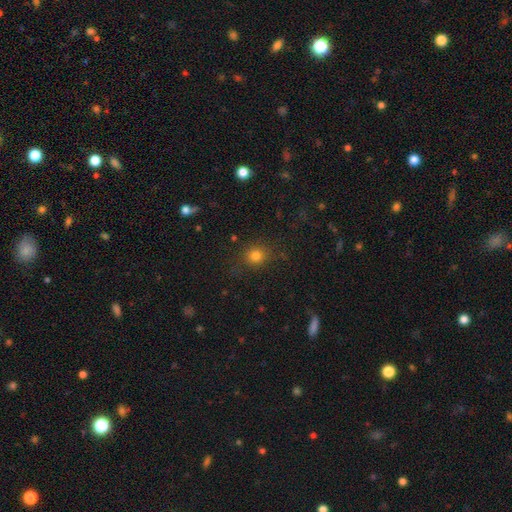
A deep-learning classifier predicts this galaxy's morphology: type=smooth (78%); roundness=round (81%); merging=none (83%).